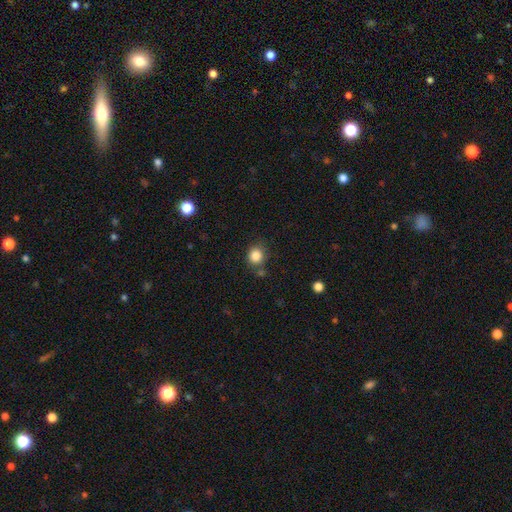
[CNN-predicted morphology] smooth_or_featured: smooth (p=0.85) [alt: star or artifact p=0.10]
how_rounded: round (p=0.79) [alt: in between p=0.20]
merging: none (p=0.75) [alt: minor disturbance p=0.14]